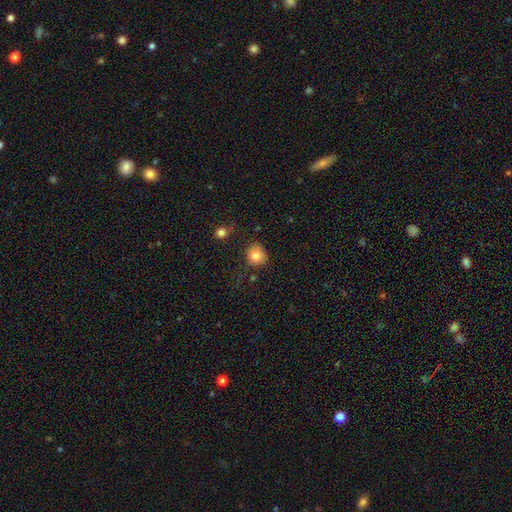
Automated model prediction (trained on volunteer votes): smooth-or-featured: smooth: 80% | star or artifact: 11% | featured or disk: 9%
  how-rounded: round: 83% | in between: 17% | cigar-shaped: 1%
  merging: none: 74% | minor disturbance: 18% | major disturbance: 5% | merger: 3%